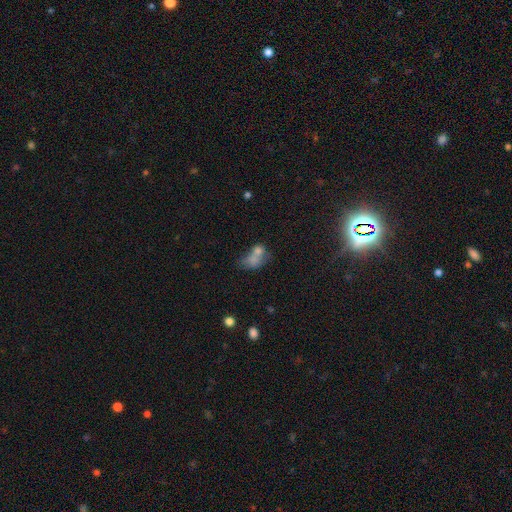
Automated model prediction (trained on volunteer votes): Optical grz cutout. It shows a smooth galaxy with no disk features (68%) that is in between round and cigar-shaped (69%). Merging: merger (61%).